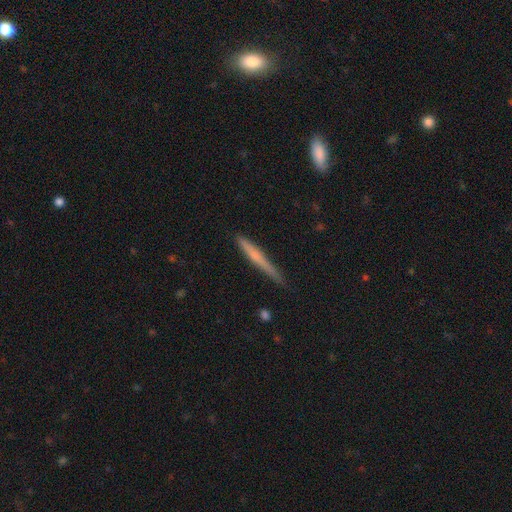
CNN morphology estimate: smooth_or_featured: smooth (p=0.58) [alt: featured or disk p=0.35]
how_rounded: cigar-shaped (p=0.96) [alt: in between p=0.03]
merging: none (p=0.76) [alt: minor disturbance p=0.19]